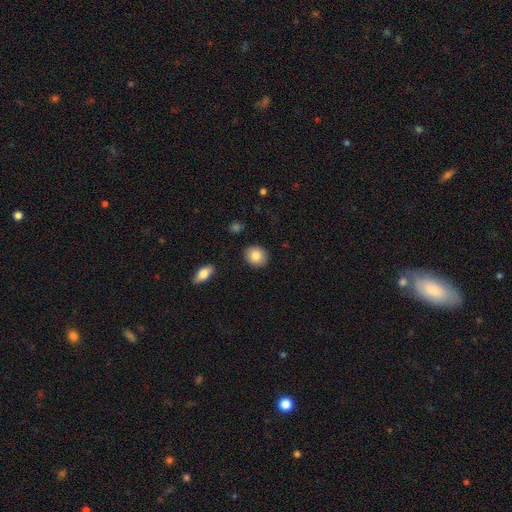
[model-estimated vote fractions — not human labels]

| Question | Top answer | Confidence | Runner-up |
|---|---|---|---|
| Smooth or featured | smooth | 84% | featured or disk (8%) |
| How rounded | round | 71% | in between (28%) |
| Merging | none | 90% | minor disturbance (7%) |